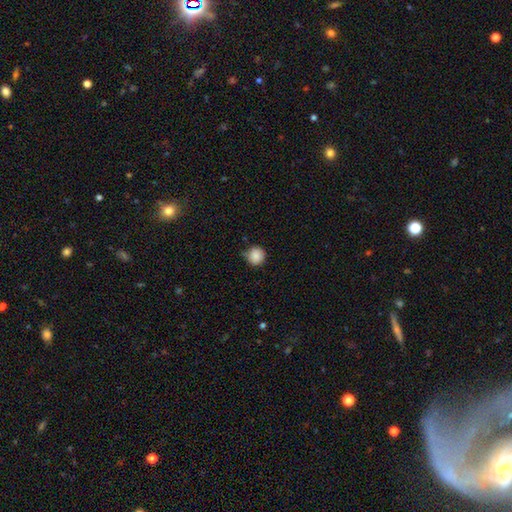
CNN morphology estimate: A smooth galaxy with no disk features (87%) that is round (92%).

Vote fractions:
- Smooth or featured? smooth: 87% / star or artifact: 9% / featured or disk: 4%
- How rounded? round: 92% / in between: 7% / cigar-shaped: 1%
- Merging? none: 69% / minor disturbance: 25% / major disturbance: 4% / merger: 2%